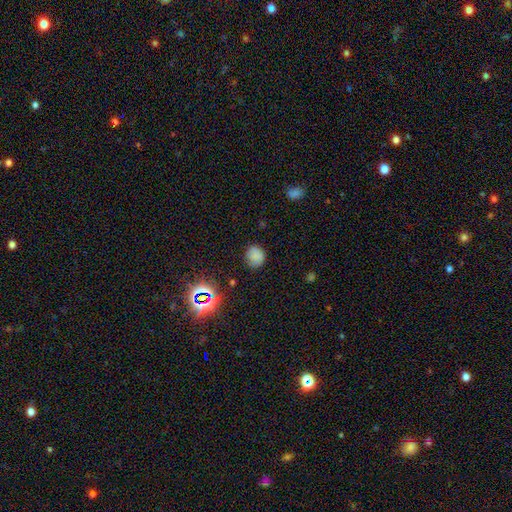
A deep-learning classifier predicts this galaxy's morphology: smooth 76%, star or artifact 17%, featured or disk 7%. Down the decision tree: how rounded — round (80%); merging — none (79%).